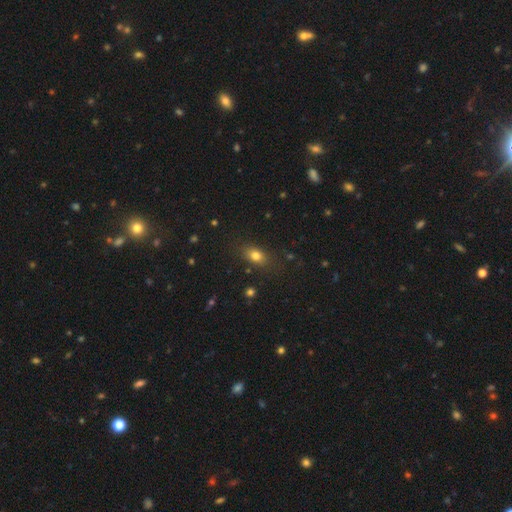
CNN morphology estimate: A smooth galaxy with no disk features (78%) that is in between round and cigar-shaped (73%).

Vote fractions:
- Smooth or featured? smooth: 78% / star or artifact: 12% / featured or disk: 10%
- How rounded? in between: 73% / round: 21% / cigar-shaped: 6%
- Merging? none: 79% / minor disturbance: 14% / major disturbance: 5% / merger: 2%